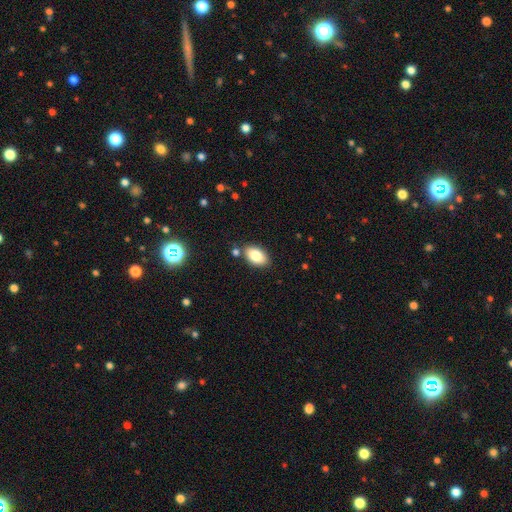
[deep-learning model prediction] Smooth or featured: smooth — 82% (featured or disk — 10%)
How rounded: in between — 92% (round — 6%)
Merging: none — 79% (minor disturbance — 12%)